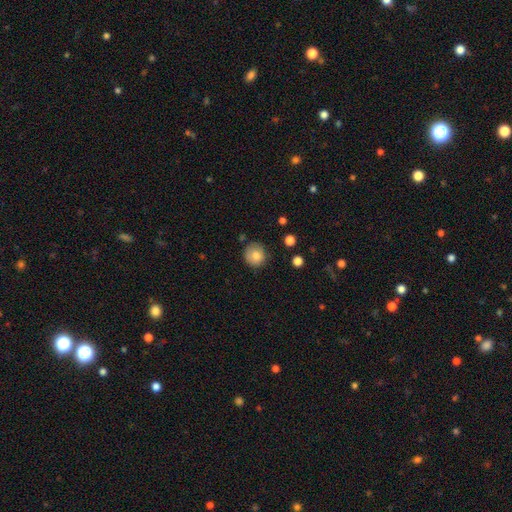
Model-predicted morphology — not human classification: A smooth galaxy with no disk features (79%) that is round (90%).

Vote fractions:
- Smooth or featured? smooth: 79% / featured or disk: 12% / star or artifact: 9%
- How rounded? round: 90% / in between: 9% / cigar-shaped: 1%
- Merging? none: 79% / minor disturbance: 16% / major disturbance: 3% / merger: 2%